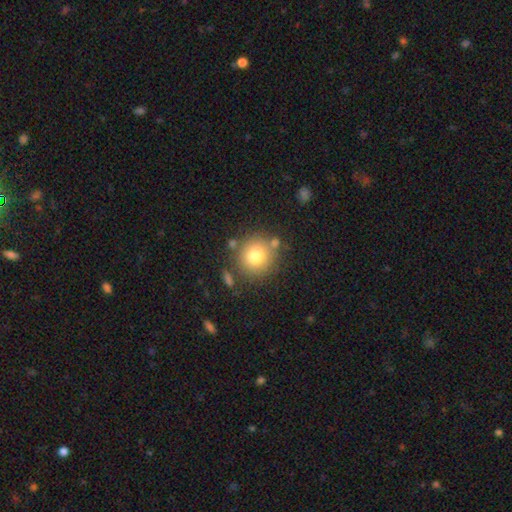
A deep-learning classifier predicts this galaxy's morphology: Smooth or featured?
  - smooth: 77% *
  - featured or disk: 12%
  - star or artifact: 11%
How rounded?
  - round: 92% *
  - in between: 7%
  - cigar-shaped: 1%
Merging?
  - none: 77% *
  - minor disturbance: 11%
  - merger: 8%
  - major disturbance: 4%